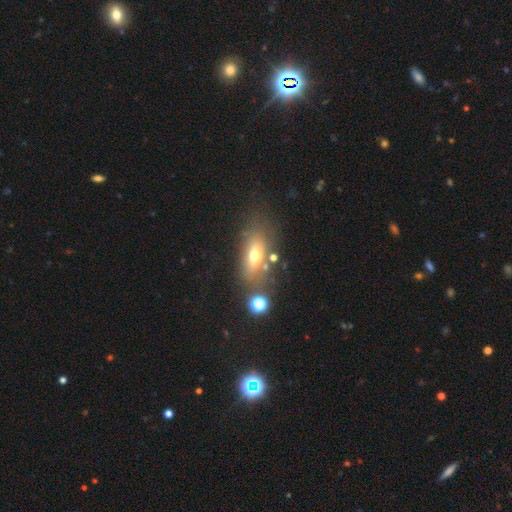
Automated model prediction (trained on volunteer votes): smooth-or-featured: smooth: 59% | featured or disk: 28% | star or artifact: 13%
  how-rounded: in between: 71% | cigar-shaped: 20% | round: 9%
  merging: none: 62% | minor disturbance: 17% | major disturbance: 11% | merger: 10%